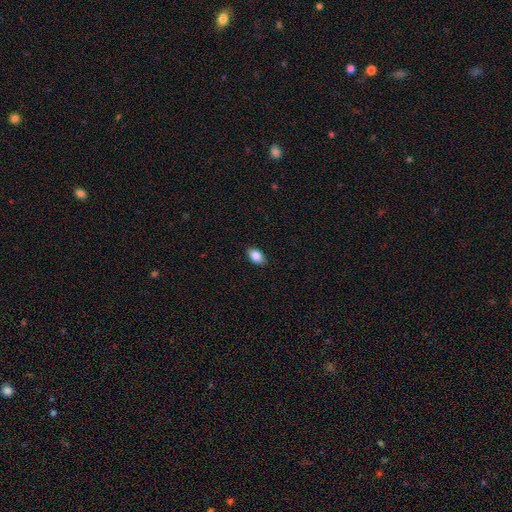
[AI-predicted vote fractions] Smooth or featured? Predicted: smooth (p=0.87). How rounded? Predicted: in between (p=0.89). Merging? Predicted: none (p=0.87).